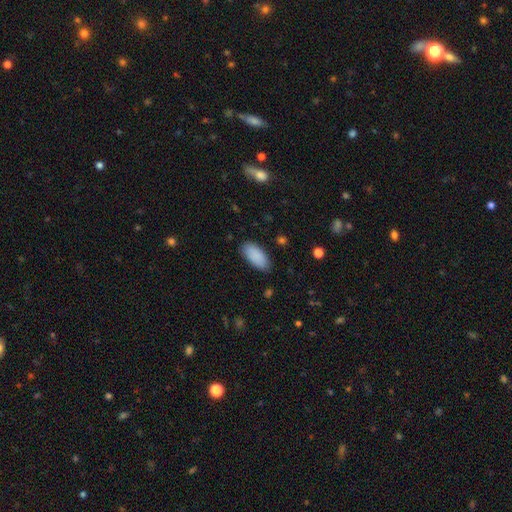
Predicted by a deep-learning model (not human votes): Smooth or featured?
  - smooth: 90% *
  - star or artifact: 6%
  - featured or disk: 4%
How rounded?
  - in between: 91% *
  - cigar-shaped: 7%
  - round: 2%
Merging?
  - none: 85% *
  - minor disturbance: 11%
  - major disturbance: 2%
  - merger: 1%